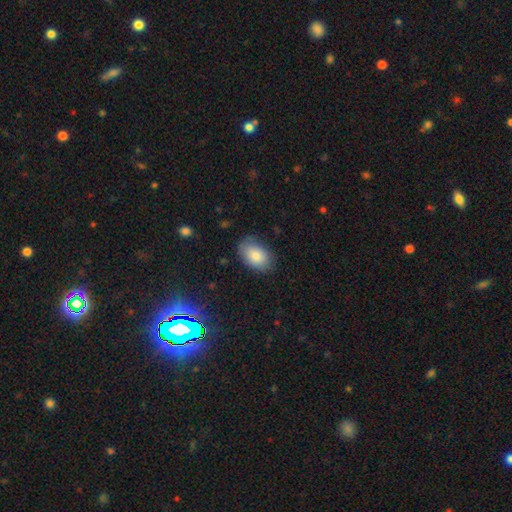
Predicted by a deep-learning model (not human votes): A smooth galaxy with no disk features (84%) that is in between round and cigar-shaped (90%).

Vote fractions:
- Smooth or featured? smooth: 84% / featured or disk: 8% / star or artifact: 7%
- How rounded? in between: 90% / round: 9% / cigar-shaped: 1%
- Merging? none: 79% / minor disturbance: 16% / major disturbance: 4% / merger: 1%